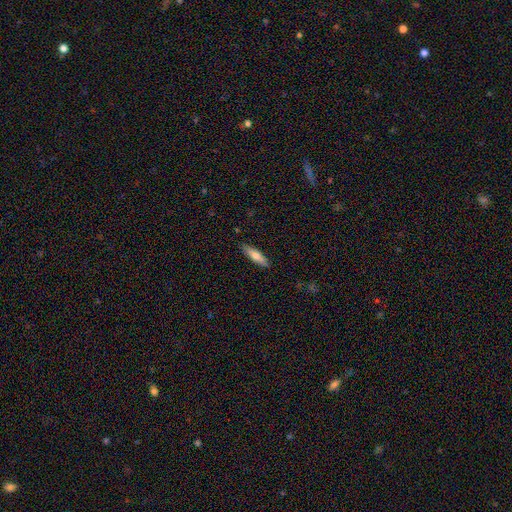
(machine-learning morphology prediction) smooth 70%, featured or disk 24%, star or artifact 6%. Down the decision tree: how rounded — cigar-shaped (67%); merging — none (89%).